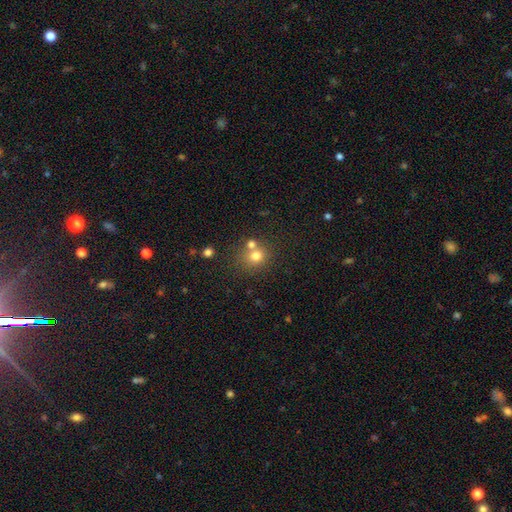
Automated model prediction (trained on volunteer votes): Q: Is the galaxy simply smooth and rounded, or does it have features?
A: smooth — 74%.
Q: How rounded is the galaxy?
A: round — 81%.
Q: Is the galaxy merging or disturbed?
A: none — 57%.